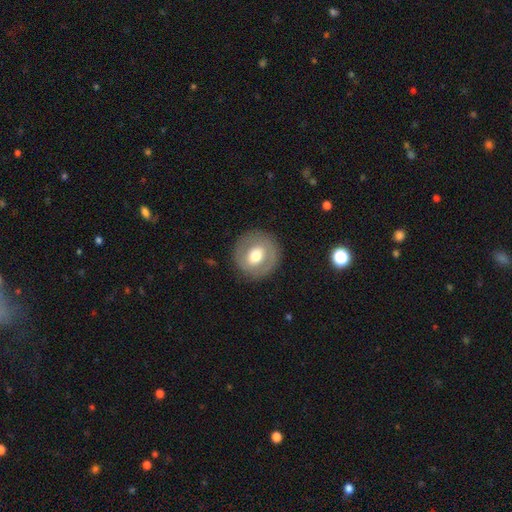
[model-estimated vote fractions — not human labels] Q: Smooth or featured?
A: smooth (50%); runner-up: featured or disk (44%)
Q: Merging?
A: none (86%); runner-up: minor disturbance (9%)